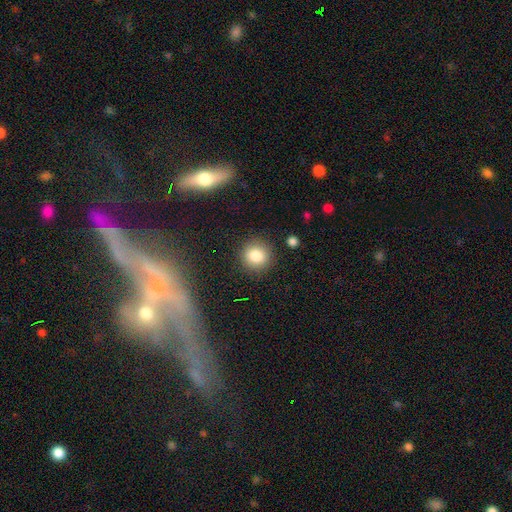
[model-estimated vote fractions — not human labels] smooth 83%, star or artifact 11%, featured or disk 6%. Down the decision tree: how rounded — round (90%); merging — none (88%).